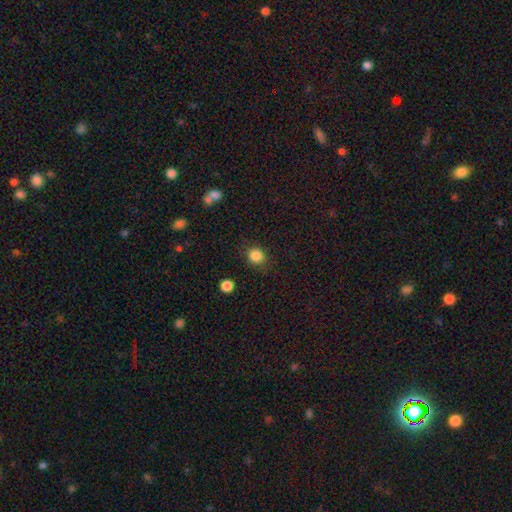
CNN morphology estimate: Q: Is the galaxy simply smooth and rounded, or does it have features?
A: smooth — 85%.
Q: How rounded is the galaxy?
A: round — 80%.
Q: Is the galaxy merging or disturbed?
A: none — 82%.